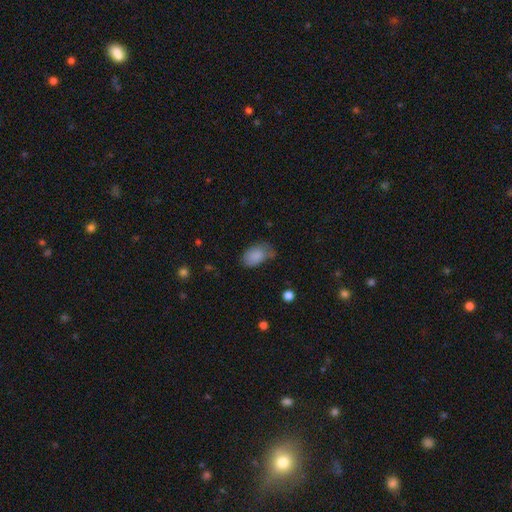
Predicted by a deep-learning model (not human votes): A smooth galaxy with no disk features (85%) that is in between round and cigar-shaped (88%). Merging: none (48%).